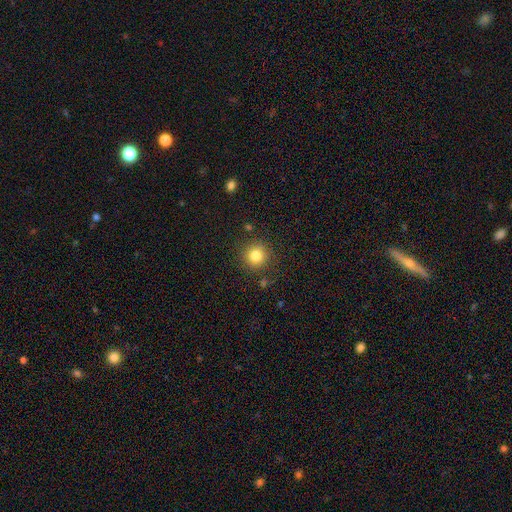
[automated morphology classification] This is clearly a smooth galaxy (82%). How rounded: clearly round (93%). Merging: clearly none (88%).